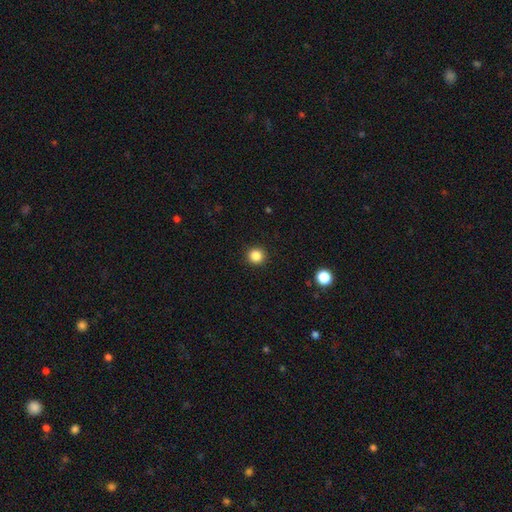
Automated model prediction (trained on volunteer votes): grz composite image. It shows a smooth galaxy with no disk features (85%) that is round (95%). Merging: none (93%).